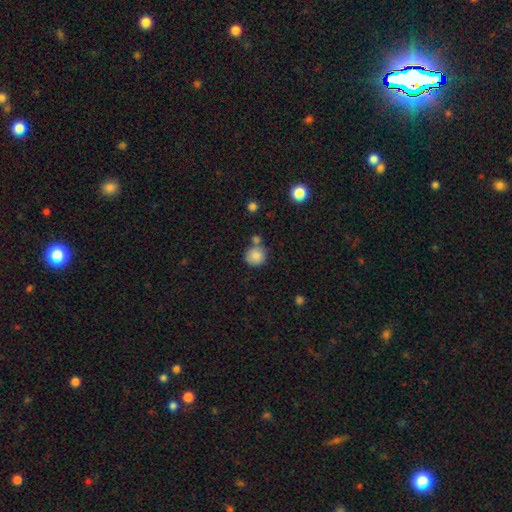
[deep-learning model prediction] Overall: smooth (84%). How rounded: round (90%). Merging: none (65%).